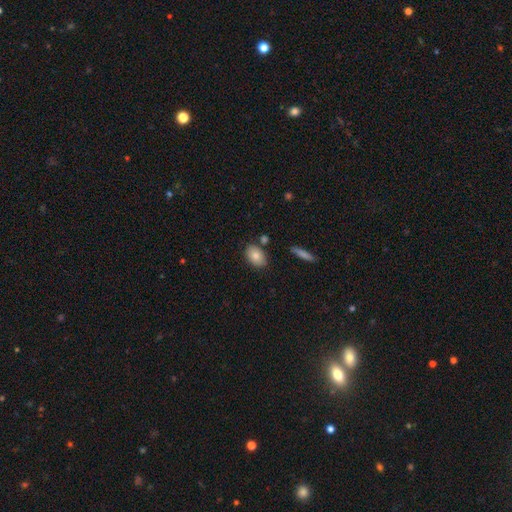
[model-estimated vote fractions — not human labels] The model was most divided on "merging": none: 79%, minor disturbance: 12%, merger: 6%, major disturbance: 3%. More confident: how rounded — in between (83%); smooth or featured — smooth (83%).